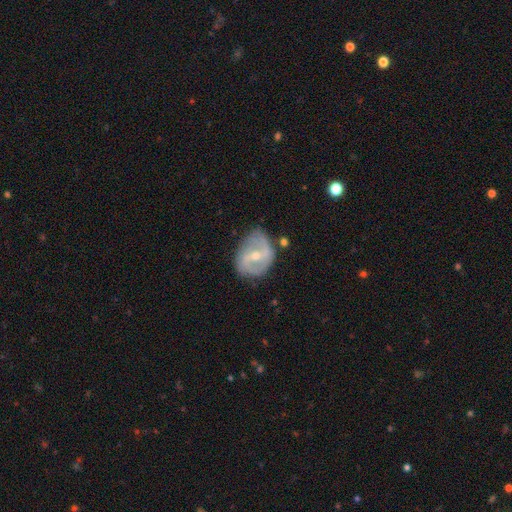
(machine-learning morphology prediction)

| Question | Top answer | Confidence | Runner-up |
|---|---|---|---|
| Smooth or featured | featured or disk | 76% | smooth (18%) |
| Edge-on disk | no | 97% | yes (3%) |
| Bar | weak | 45% | strong (31%) |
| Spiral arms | yes | 82% | no (18%) |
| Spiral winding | medium | 42% | loose (37%) |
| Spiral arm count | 2 | 81% | can't tell (10%) |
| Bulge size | small | 49% | moderate (48%) |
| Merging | none | 63% | minor disturbance (25%) |